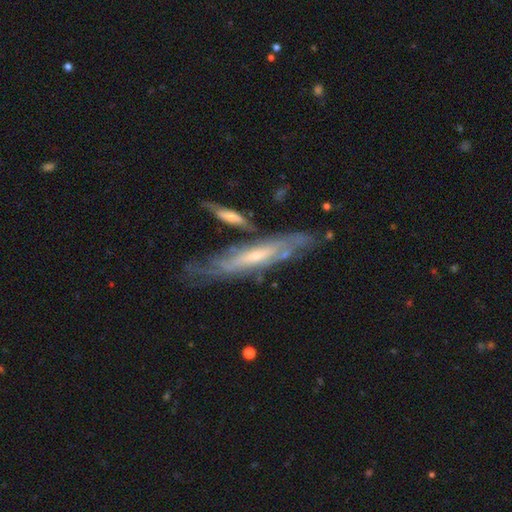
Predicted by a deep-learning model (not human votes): Smooth or featured?
  - featured or disk: 76% *
  - smooth: 18%
  - star or artifact: 6%
Edge-on disk?
  - no: 51% *
  - yes: 49%
Merging?
  - none: 63% *
  - minor disturbance: 19%
  - merger: 11%
  - major disturbance: 7%